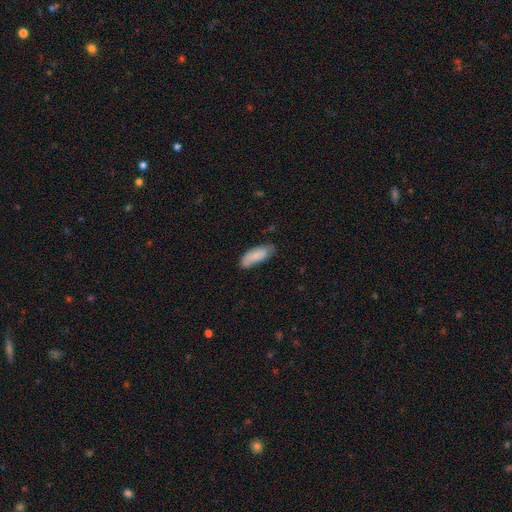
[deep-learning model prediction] Overall: smooth (83%). How rounded: in between (73%). Merging: none (67%).